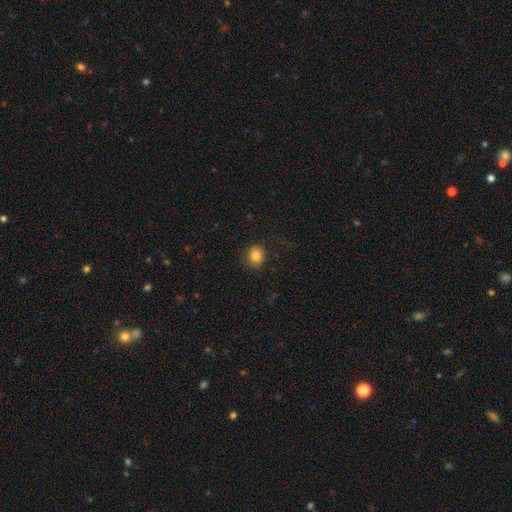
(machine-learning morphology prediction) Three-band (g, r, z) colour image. It shows a smooth galaxy with no disk features (83%) that is round (79%). Merging: none (86%).